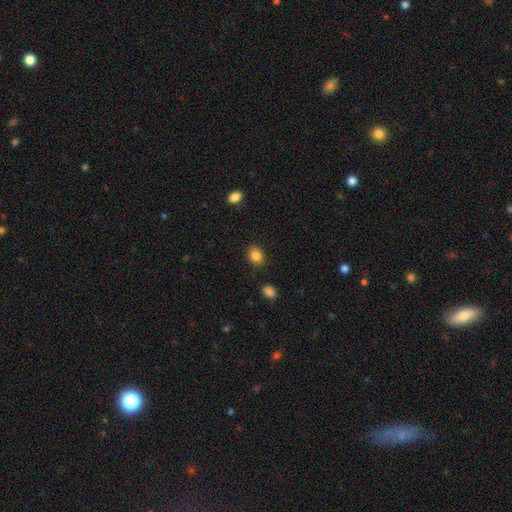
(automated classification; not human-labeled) smooth-or-featured: smooth: 85% | star or artifact: 10% | featured or disk: 5%
  how-rounded: in between: 50% | round: 49% | cigar-shaped: 1%
  merging: none: 86% | minor disturbance: 10% | major disturbance: 3% | merger: 2%